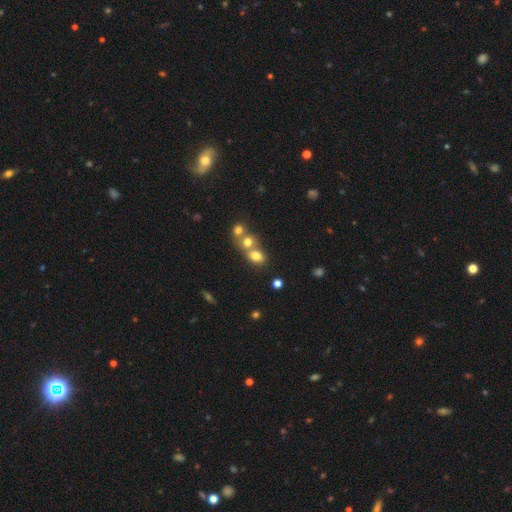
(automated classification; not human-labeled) smooth_or_featured: smooth (p=0.73) [alt: star or artifact p=0.14]
how_rounded: in between (p=0.50) [alt: round p=0.49]
merging: merger (p=0.55) [alt: none p=0.33]